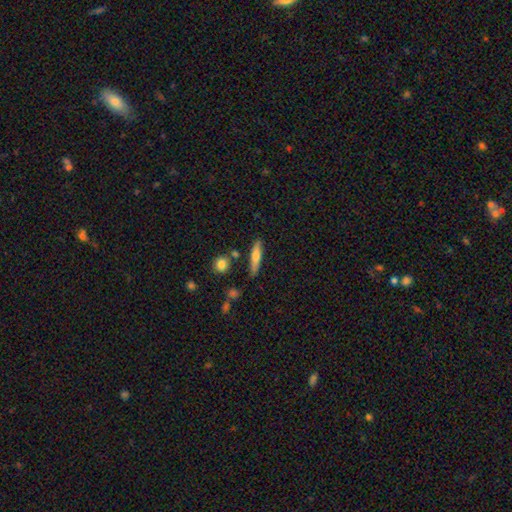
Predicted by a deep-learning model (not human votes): The model was most divided on "smooth or featured": smooth: 65%, featured or disk: 28%, star or artifact: 7%. More confident: how rounded — cigar-shaped (79%); merging — none (79%).